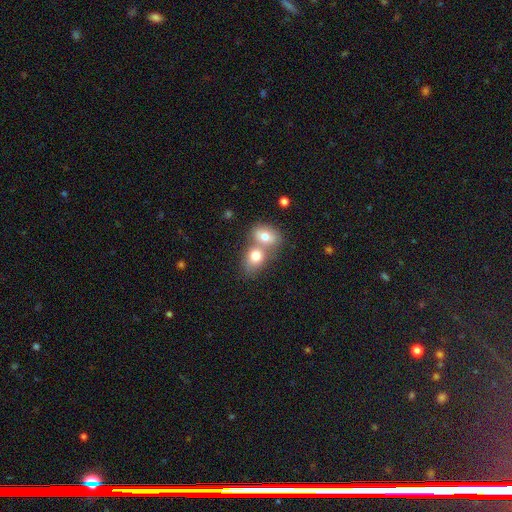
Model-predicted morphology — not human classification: A smooth galaxy with no disk features (75%) that is in between round and cigar-shaped (62%).

Vote fractions:
- Smooth or featured? smooth: 75% / featured or disk: 16% / star or artifact: 9%
- How rounded? in between: 62% / round: 36% / cigar-shaped: 1%
- Merging? merger: 62% / none: 27% / minor disturbance: 7% / major disturbance: 3%